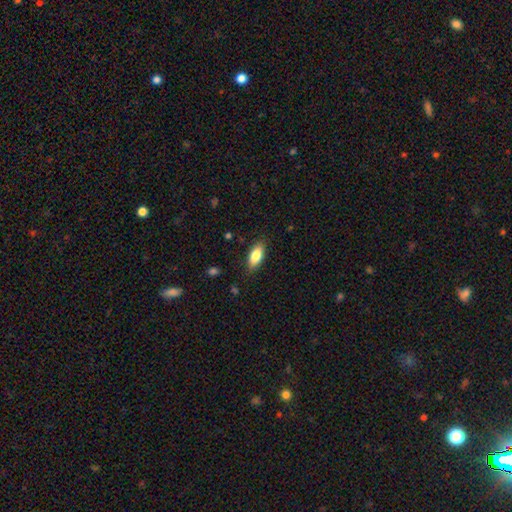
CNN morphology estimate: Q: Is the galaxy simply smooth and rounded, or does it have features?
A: smooth — 82%.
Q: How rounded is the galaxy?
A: in between — 84%.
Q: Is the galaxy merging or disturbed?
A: none — 85%.